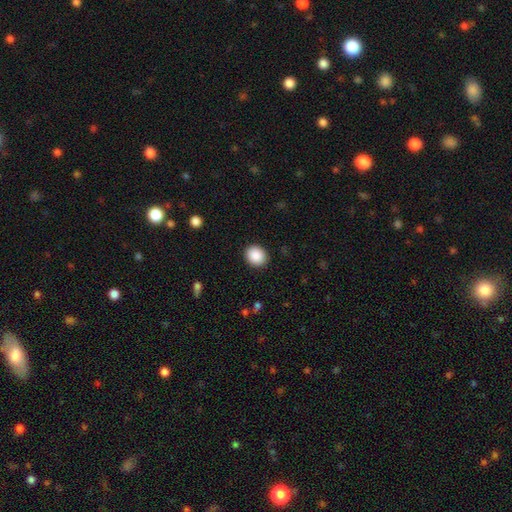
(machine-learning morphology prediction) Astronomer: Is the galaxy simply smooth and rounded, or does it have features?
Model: smooth — 89%.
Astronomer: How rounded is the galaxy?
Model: round — 68%.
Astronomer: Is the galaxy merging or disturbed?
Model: none — 91%.